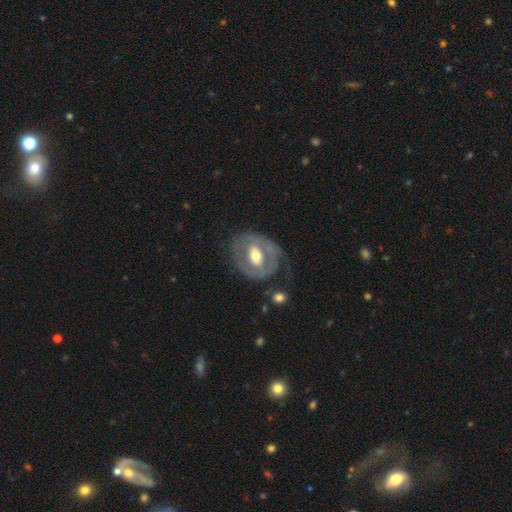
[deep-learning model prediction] Smooth or featured? Predicted: featured or disk (p=0.66). Edge-on disk? Predicted: no (p=0.94). Bar? Predicted: no (p=0.43). Spiral arms? Predicted: no (p=0.66). Bulge size? Predicted: moderate (p=0.70). Merging? Predicted: none (p=0.62).